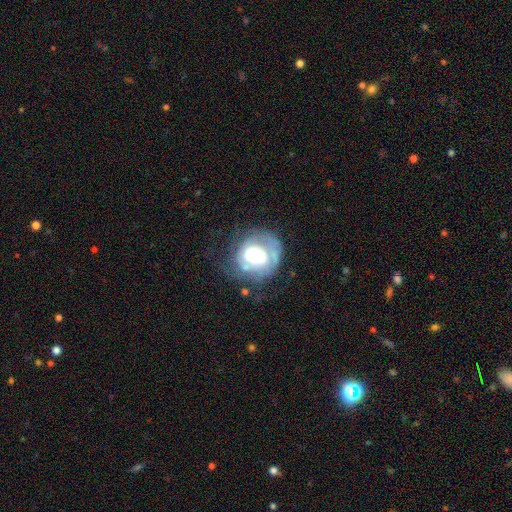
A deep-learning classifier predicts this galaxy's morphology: smooth-or-featured: featured or disk: 61% | smooth: 30% | star or artifact: 9%
  disk-edge-on: no: 97% | yes: 3%
    bar: no: 67% | weak: 24% | strong: 9%
    has-spiral-arms: yes: 63% | no: 37%
    bulge-size: large: 50% | moderate: 29% | dominant: 13% | small: 5% | none: 3%
  merging: none: 47% | major disturbance: 25% | minor disturbance: 24% | merger: 3%